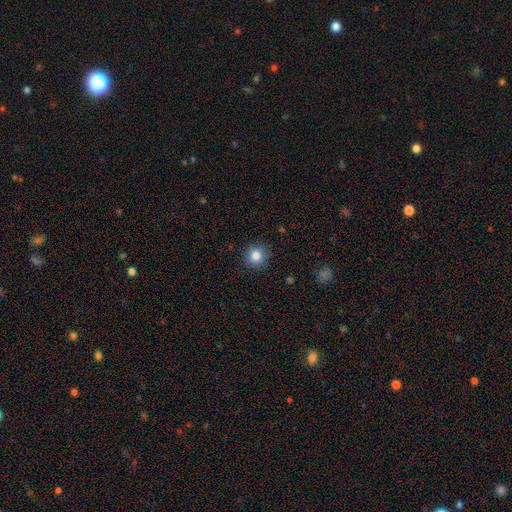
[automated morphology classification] A smooth galaxy with no disk features (83%) that is round (92%).

Vote fractions:
- Smooth or featured? smooth: 83% / star or artifact: 10% / featured or disk: 6%
- How rounded? round: 92% / in between: 8% / cigar-shaped: 1%
- Merging? none: 90% / minor disturbance: 7% / major disturbance: 2% / merger: 1%